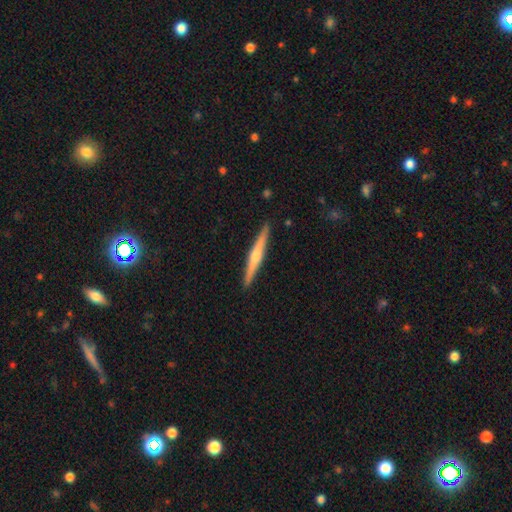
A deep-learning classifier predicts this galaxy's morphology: Smooth or featured?
  - featured or disk: 64% *
  - smooth: 30%
  - star or artifact: 5%
Edge-on disk?
  - yes: 98% *
  - no: 2%
Edge-on bulge?
  - rounded: 79% *
  - none: 15%
  - boxy: 6%
Merging?
  - none: 91% *
  - minor disturbance: 6%
  - major disturbance: 1%
  - merger: 1%